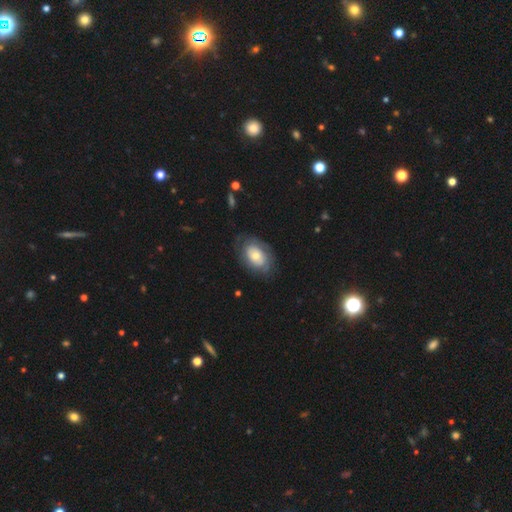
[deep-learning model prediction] smooth-or-featured: featured or disk: 53% | smooth: 42% | star or artifact: 6%
  disk-edge-on: no: 94% | yes: 6%
  merging: none: 71% | minor disturbance: 18% | major disturbance: 9% | merger: 1%